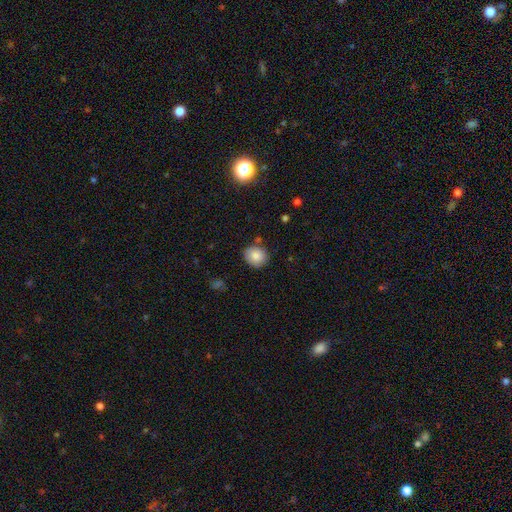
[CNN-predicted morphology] Smooth or featured: smooth — 85% (star or artifact — 8%)
How rounded: round — 75% (in between — 24%)
Merging: none — 82% (minor disturbance — 12%)